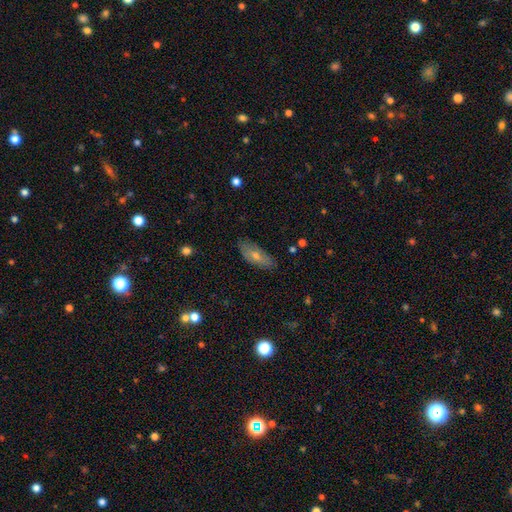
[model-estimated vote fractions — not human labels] smooth-or-featured: smooth: 53% | featured or disk: 37% | star or artifact: 10%
  how-rounded: in between: 73% | cigar-shaped: 24% | round: 4%
  merging: none: 82% | minor disturbance: 14% | major disturbance: 3% | merger: 1%